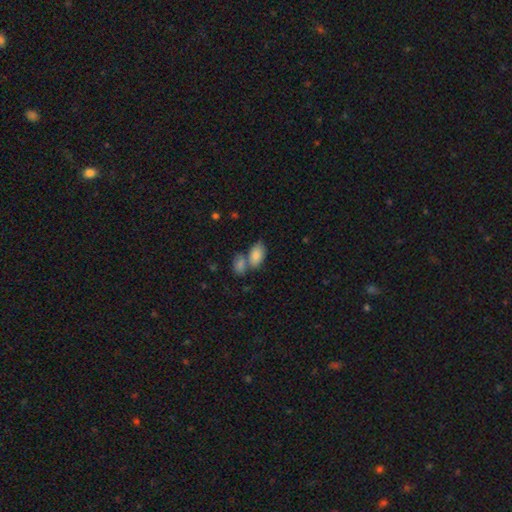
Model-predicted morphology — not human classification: This is clearly a smooth galaxy (85%). How rounded: clearly in between (92%). Merging: marginally merger (43%).